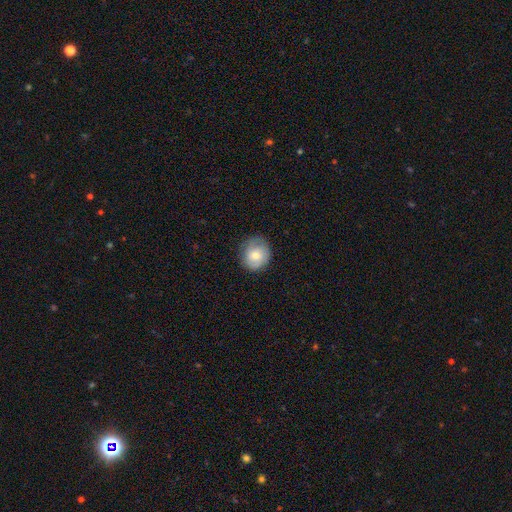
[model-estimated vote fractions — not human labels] A smooth galaxy with no disk features (69%) that is round (78%). Merging: none (75%).